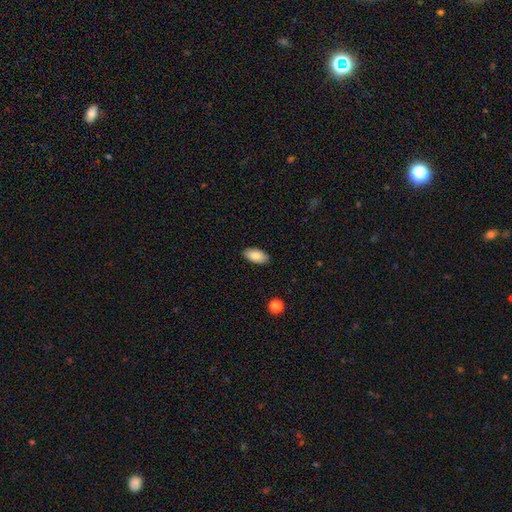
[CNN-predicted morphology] Smooth or featured? smooth (84%)
How rounded? in between (94%)
Merging? none (88%)